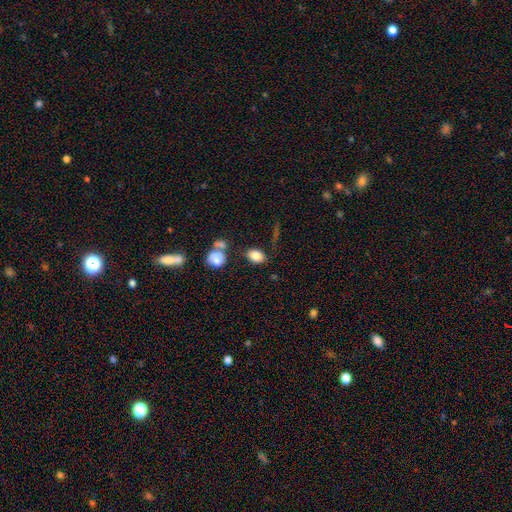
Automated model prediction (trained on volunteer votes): Smooth or featured? smooth (83%)
How rounded? in between (79%)
Merging? none (71%)